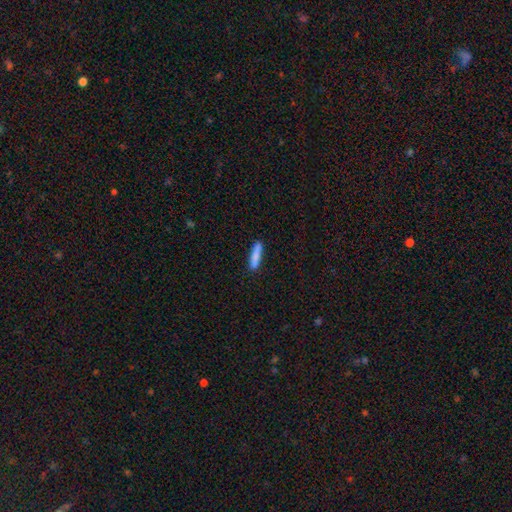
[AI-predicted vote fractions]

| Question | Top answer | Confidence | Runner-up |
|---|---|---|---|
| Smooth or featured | smooth | 83% | featured or disk (11%) |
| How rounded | cigar-shaped | 87% | in between (12%) |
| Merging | none | 87% | minor disturbance (9%) |